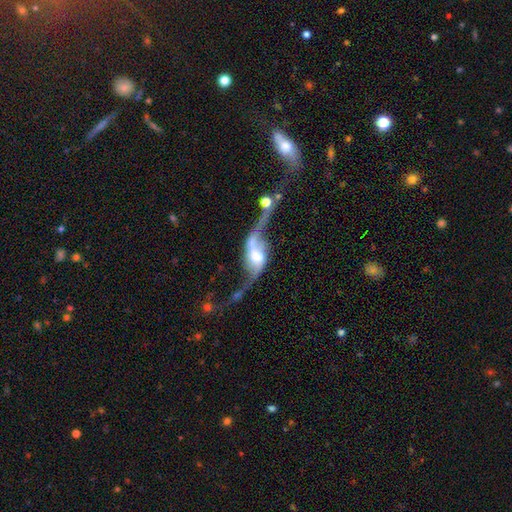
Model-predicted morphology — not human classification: Smooth or featured? Predicted: featured or disk (p=0.84). Edge-on disk? Predicted: no (p=0.91). Bar? Predicted: weak (p=0.40). Spiral arms? Predicted: yes (p=0.92). Spiral winding? Predicted: loose (p=0.92). Spiral arm count? Predicted: 2 (p=0.92). Bulge size? Predicted: moderate (p=0.40). Merging? Predicted: none (p=0.31, tied with merger).